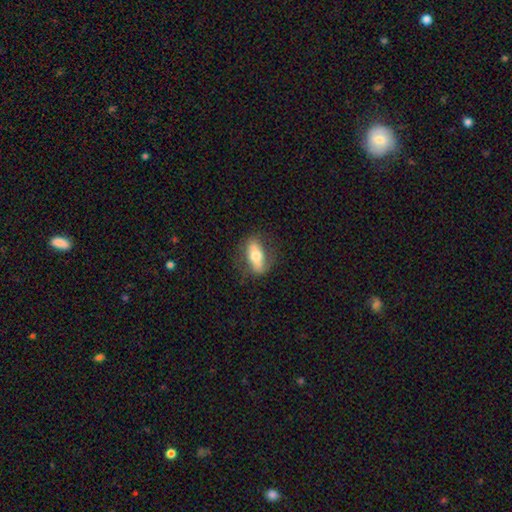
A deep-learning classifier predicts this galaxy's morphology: smooth-or-featured: smooth: 56% | featured or disk: 38% | star or artifact: 6%
  how-rounded: in between: 71% | cigar-shaped: 25% | round: 5%
  merging: none: 76% | minor disturbance: 17% | major disturbance: 7% | merger: 1%